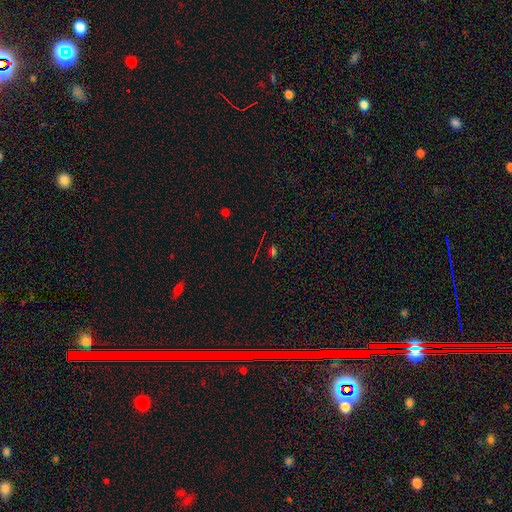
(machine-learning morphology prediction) Smooth or featured? star or artifact (55%)